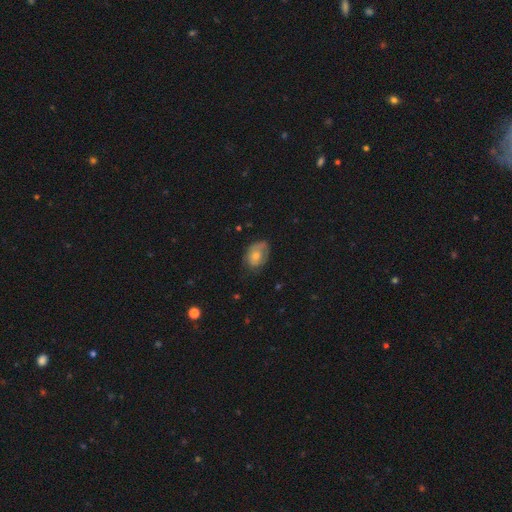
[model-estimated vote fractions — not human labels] Smooth or featured: smooth — 61% (featured or disk — 31%)
How rounded: in between — 79% (round — 20%)
Merging: none — 55% (minor disturbance — 31%)